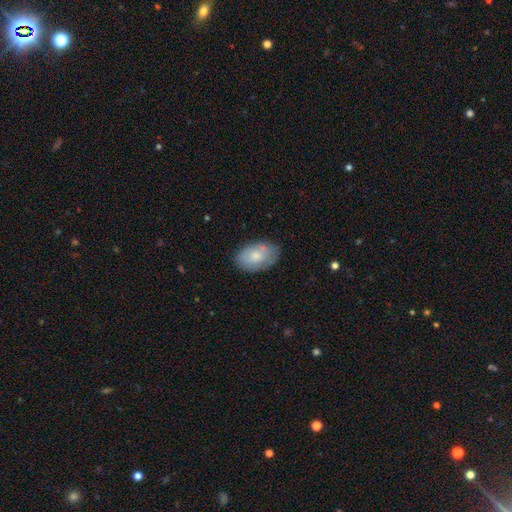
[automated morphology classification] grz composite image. It shows a smooth galaxy with no disk features (75%) that is in between round and cigar-shaped (91%). Merging: none (79%).